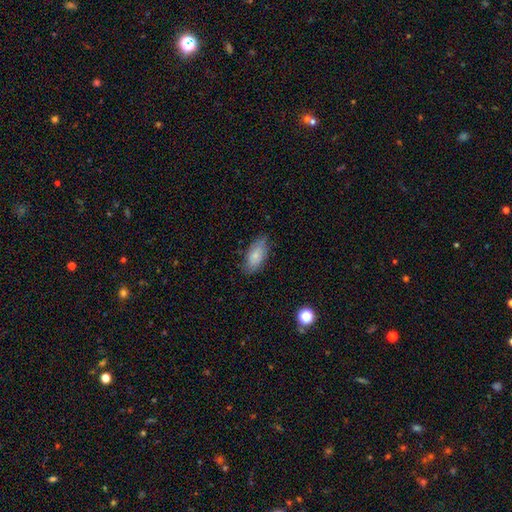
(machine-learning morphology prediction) Q: Smooth or featured?
A: smooth (74%); runner-up: featured or disk (19%)
Q: How rounded?
A: in between (90%); runner-up: cigar-shaped (7%)
Q: Merging?
A: none (73%); runner-up: minor disturbance (21%)